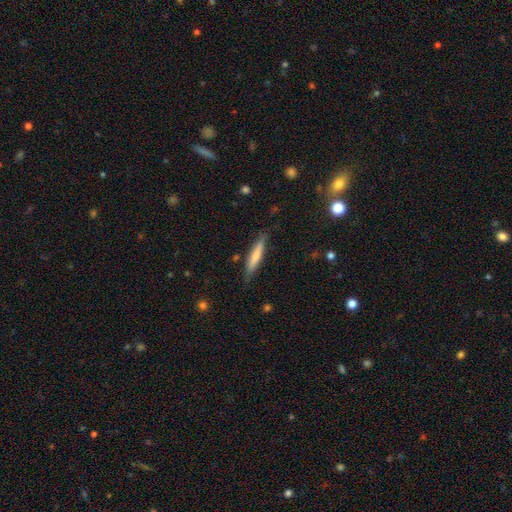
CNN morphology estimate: The model was most divided on "smooth or featured": smooth: 65%, featured or disk: 30%, star or artifact: 6%. More confident: how rounded — cigar-shaped (90%); merging — none (81%).